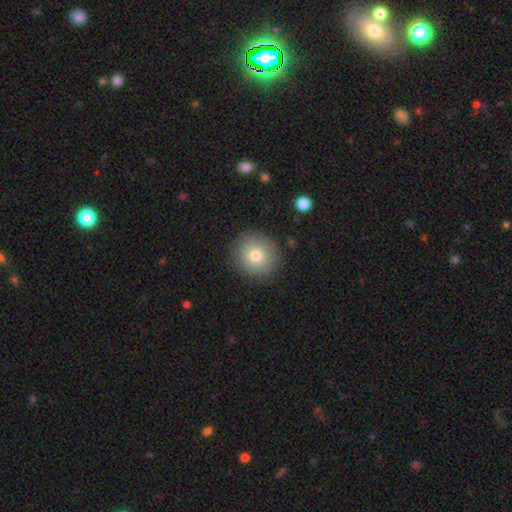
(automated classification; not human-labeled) Smooth or featured?
  - smooth: 77% *
  - featured or disk: 14%
  - star or artifact: 10%
How rounded?
  - round: 90% *
  - in between: 9%
  - cigar-shaped: 1%
Merging?
  - none: 86% *
  - minor disturbance: 10%
  - major disturbance: 3%
  - merger: 1%